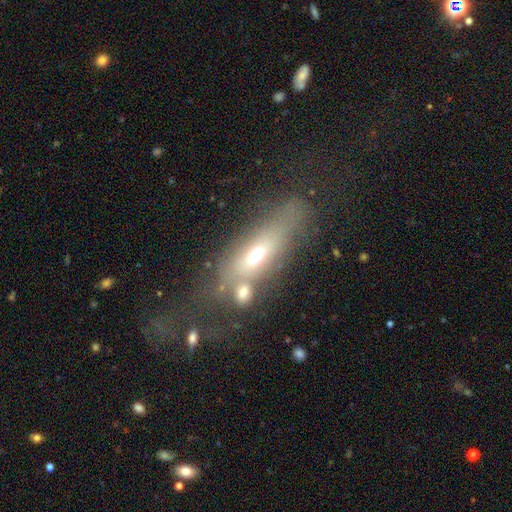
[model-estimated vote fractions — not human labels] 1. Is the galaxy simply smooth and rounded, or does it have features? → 50% smooth, 37% featured or disk, 13% star or artifact.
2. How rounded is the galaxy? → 59% in between, 34% cigar-shaped, 7% round.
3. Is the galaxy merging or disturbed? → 37% none, 23% merger, 21% major disturbance, 19% minor disturbance.